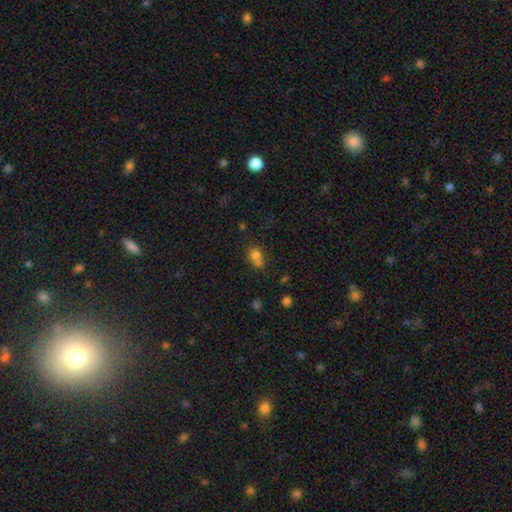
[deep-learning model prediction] This is likely a smooth galaxy (73%). How rounded: possibly round (60%). Merging: possibly merger (45%).